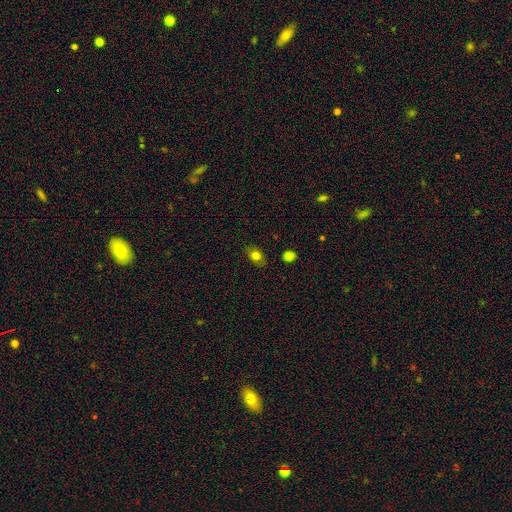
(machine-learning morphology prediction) Smooth or featured?
  - smooth: 76% *
  - featured or disk: 12%
  - star or artifact: 11%
How rounded?
  - in between: 70% *
  - round: 28%
  - cigar-shaped: 2%
Merging?
  - none: 80% *
  - minor disturbance: 15%
  - major disturbance: 3%
  - merger: 1%